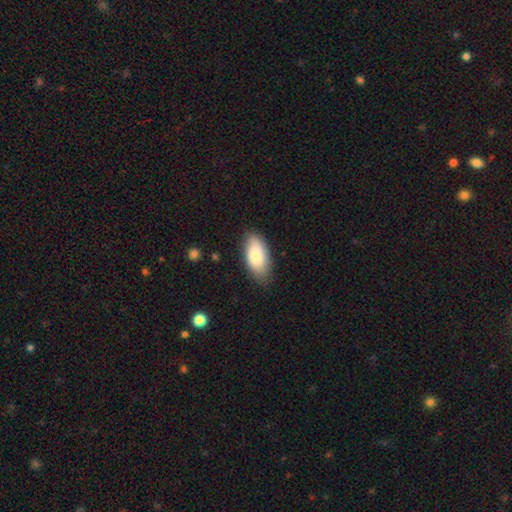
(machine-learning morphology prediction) Overall: smooth (84%). How rounded: in between (92%). Merging: none (77%).